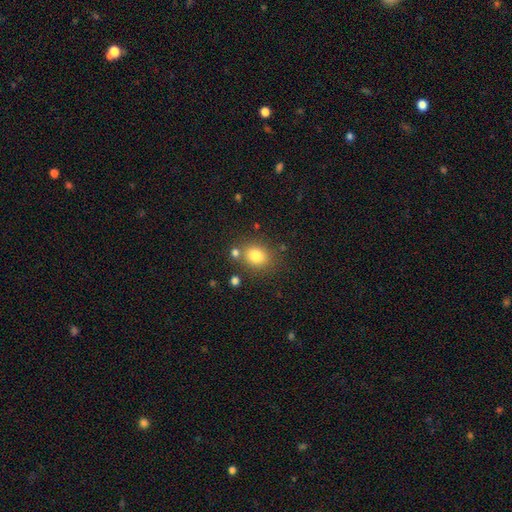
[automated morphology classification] A smooth galaxy with no disk features (81%) that is round (61%).

Vote fractions:
- Smooth or featured? smooth: 81% / star or artifact: 11% / featured or disk: 8%
- How rounded? round: 61% / in between: 38% / cigar-shaped: 1%
- Merging? none: 74% / minor disturbance: 12% / merger: 10% / major disturbance: 4%